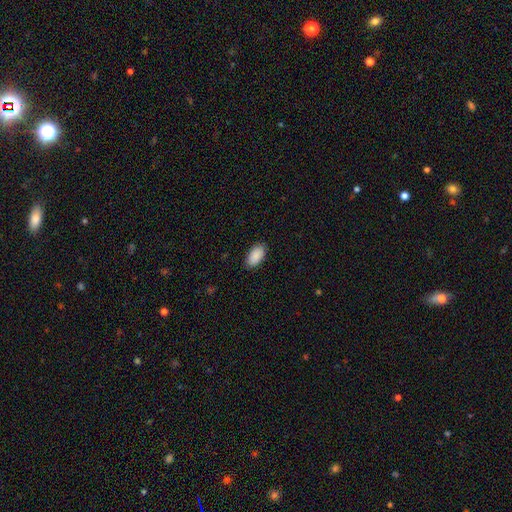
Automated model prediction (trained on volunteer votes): smooth-or-featured: smooth: 91% | star or artifact: 6% | featured or disk: 3%
  how-rounded: in between: 95% | cigar-shaped: 3% | round: 2%
  merging: none: 88% | minor disturbance: 9% | major disturbance: 2% | merger: 1%